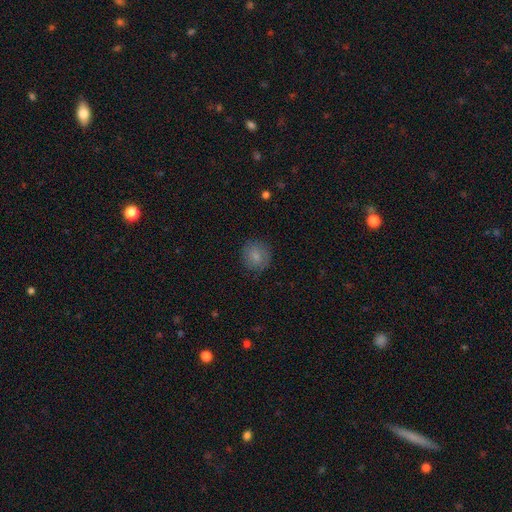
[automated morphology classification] Smooth or featured? smooth (77%)
How rounded? round (86%)
Merging? none (80%)